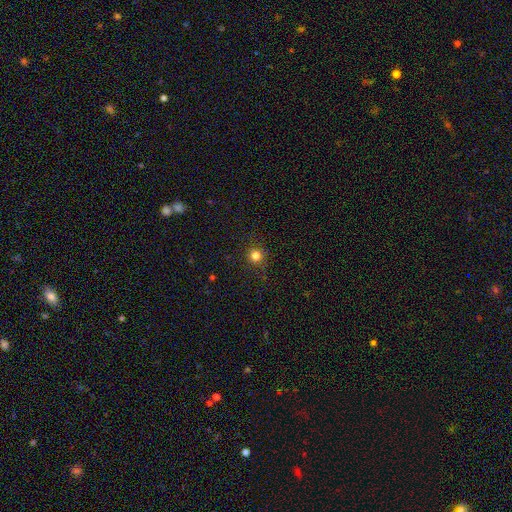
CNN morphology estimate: smooth_or_featured: smooth (p=0.81) [alt: star or artifact p=0.14]
how_rounded: round (p=0.94) [alt: in between p=0.05]
merging: none (p=0.90) [alt: minor disturbance p=0.06]